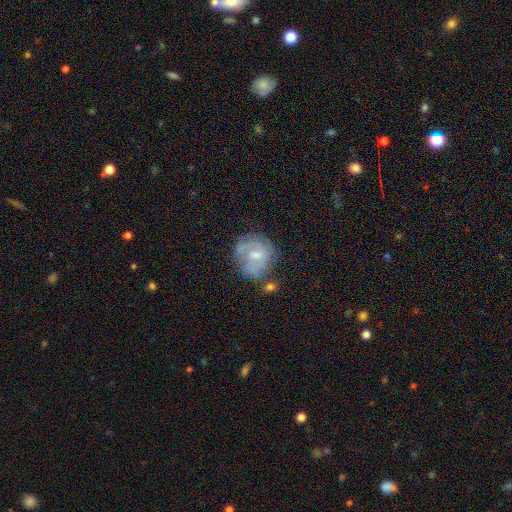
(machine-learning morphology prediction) Q: Smooth or featured?
A: featured or disk (56%); runner-up: smooth (37%)
Q: Edge-on disk?
A: no (97%); runner-up: yes (3%)
Q: Bar?
A: no (47%); runner-up: weak (45%)
Q: Spiral arms?
A: yes (60%); runner-up: no (40%)
Q: Bulge size?
A: moderate (46%); runner-up: small (45%)
Q: Merging?
A: none (51%); runner-up: minor disturbance (25%)